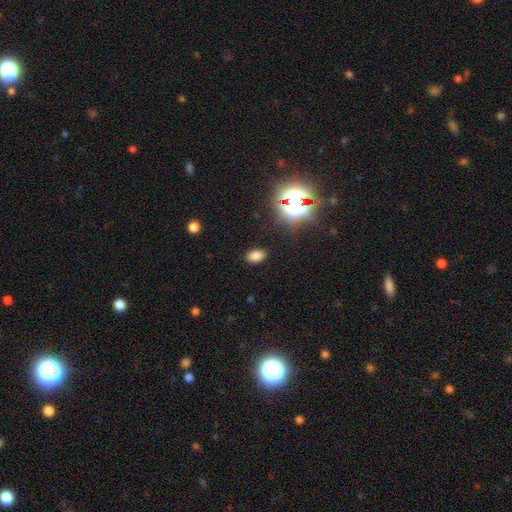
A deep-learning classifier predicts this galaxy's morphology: Smooth or featured: smooth — 76% (star or artifact — 18%)
How rounded: in between — 85% (round — 14%)
Merging: none — 87% (minor disturbance — 9%)